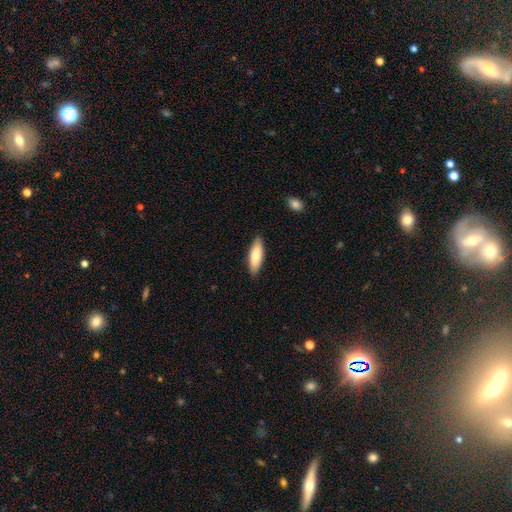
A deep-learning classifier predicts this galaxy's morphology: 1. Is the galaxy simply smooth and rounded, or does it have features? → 80% smooth, 14% featured or disk, 5% star or artifact.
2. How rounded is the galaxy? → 54% in between, 44% cigar-shaped, 1% round.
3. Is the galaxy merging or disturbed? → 87% none, 10% minor disturbance, 2% major disturbance, 1% merger.